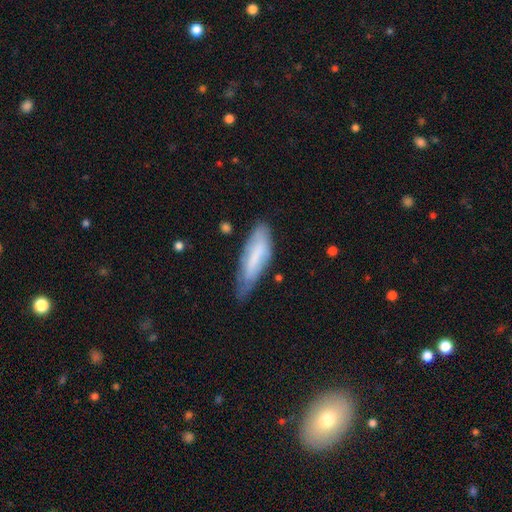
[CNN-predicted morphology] smooth-or-featured: smooth: 62% | featured or disk: 31% | star or artifact: 7%
  how-rounded: in between: 50% | cigar-shaped: 49% | round: 1%
  merging: none: 47% | minor disturbance: 39% | major disturbance: 11% | merger: 3%